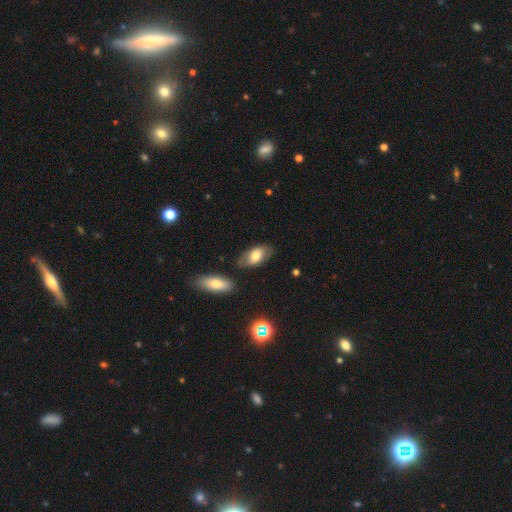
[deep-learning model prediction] Q: Smooth or featured?
A: smooth (72%); runner-up: featured or disk (20%)
Q: How rounded?
A: in between (93%); runner-up: round (4%)
Q: Merging?
A: none (76%); runner-up: minor disturbance (15%)